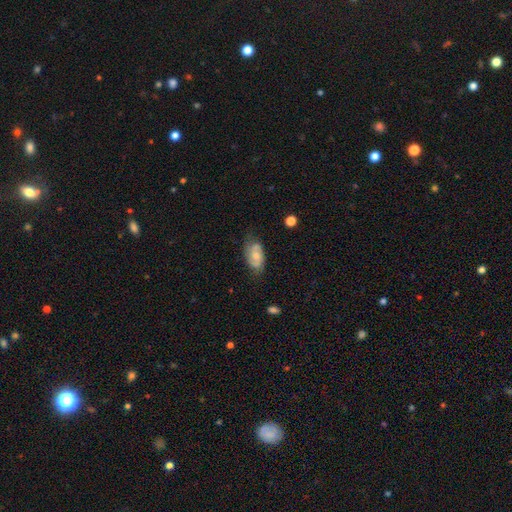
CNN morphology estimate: Overall: featured or disk (51%; smooth 42%). Edge-on disk: no (94%). Merging: none (63%; minor disturbance 27%).